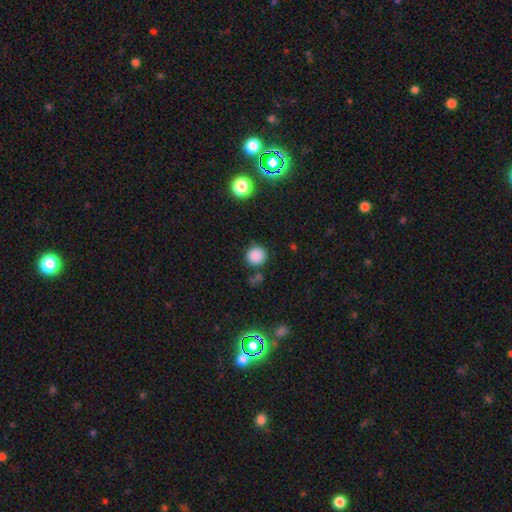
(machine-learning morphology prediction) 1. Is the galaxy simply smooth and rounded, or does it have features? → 85% smooth, 11% star or artifact, 4% featured or disk.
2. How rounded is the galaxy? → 90% round, 9% in between, 1% cigar-shaped.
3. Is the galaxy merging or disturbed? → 79% none, 11% minor disturbance, 6% merger, 4% major disturbance.